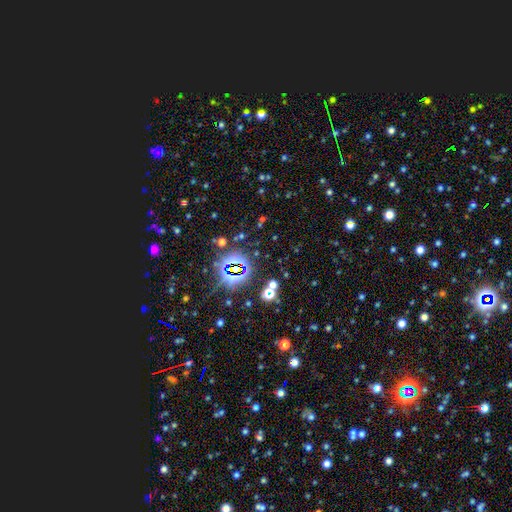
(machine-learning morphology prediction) Smooth or featured? star or artifact (77%)